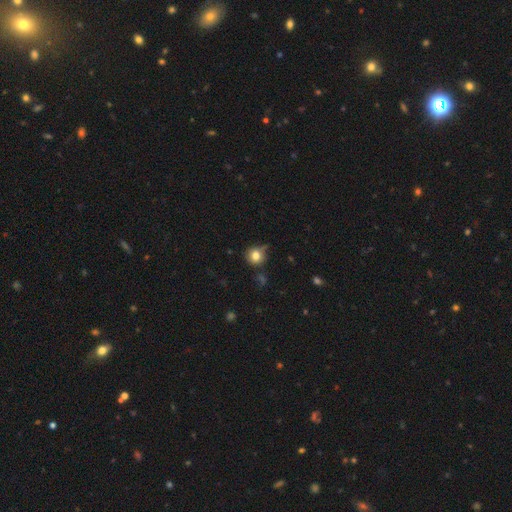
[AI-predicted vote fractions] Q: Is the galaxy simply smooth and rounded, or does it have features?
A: smooth — 80%.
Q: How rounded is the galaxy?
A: round — 89%.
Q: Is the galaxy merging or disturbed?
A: none — 69%.